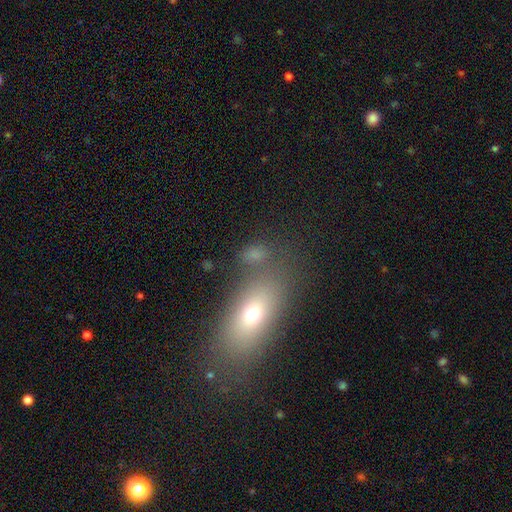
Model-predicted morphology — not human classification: This appears to be a smooth galaxy with no disk features (63%) that is in between round and cigar-shaped (67%). Merging: none (62%).